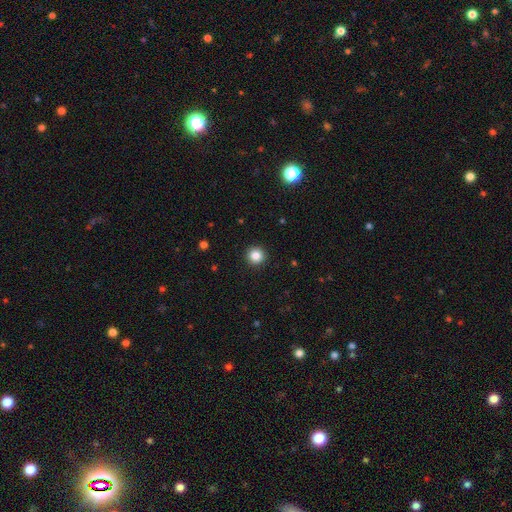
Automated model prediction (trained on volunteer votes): A smooth galaxy with no disk features (84%) that is round (96%). Merging: none (93%).